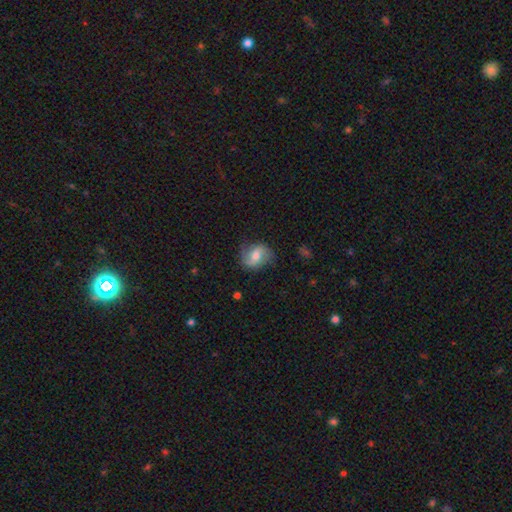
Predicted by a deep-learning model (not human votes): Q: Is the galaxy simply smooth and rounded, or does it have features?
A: featured or disk — 66%.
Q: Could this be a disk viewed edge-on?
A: no — 97%.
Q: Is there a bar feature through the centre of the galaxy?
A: weak — 48%.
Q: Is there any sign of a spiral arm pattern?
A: yes — 92%.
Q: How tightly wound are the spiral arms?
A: loose — 51%.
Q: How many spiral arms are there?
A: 2 — 86%.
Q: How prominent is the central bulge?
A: moderate — 63%.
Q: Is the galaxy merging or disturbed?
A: none — 75%.